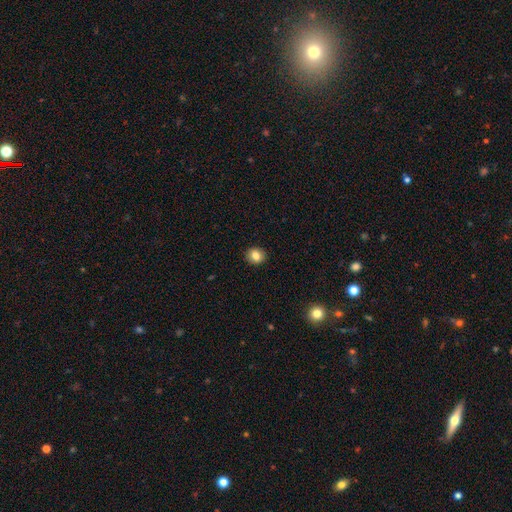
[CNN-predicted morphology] A smooth galaxy with no disk features (83%) that is round (78%).

Vote fractions:
- Smooth or featured? smooth: 83% / star or artifact: 10% / featured or disk: 8%
- How rounded? round: 78% / in between: 21% / cigar-shaped: 1%
- Merging? none: 91% / minor disturbance: 6% / major disturbance: 2% / merger: 1%